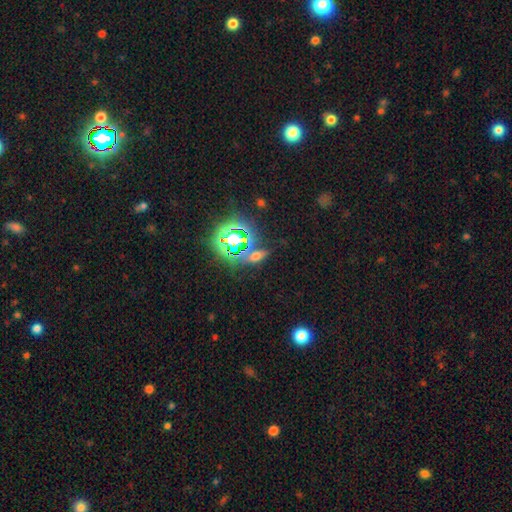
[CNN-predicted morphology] smooth-or-featured: star or artifact: 50% | smooth: 36% | featured or disk: 14%